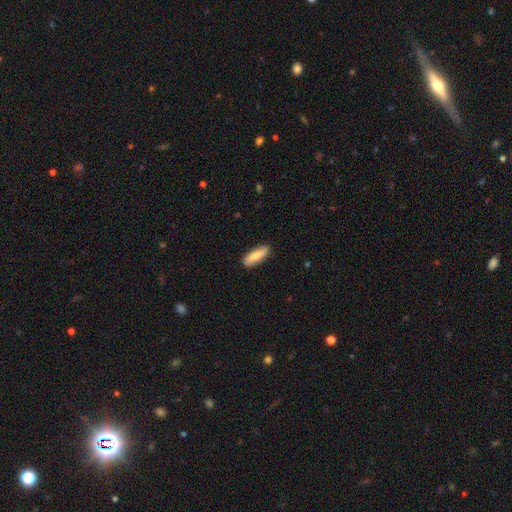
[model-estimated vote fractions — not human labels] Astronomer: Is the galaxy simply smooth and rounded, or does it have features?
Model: smooth — 79%.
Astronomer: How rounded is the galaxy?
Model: in between — 52% (runner-up: cigar-shaped, 46%).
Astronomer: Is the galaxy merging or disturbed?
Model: none — 86%.